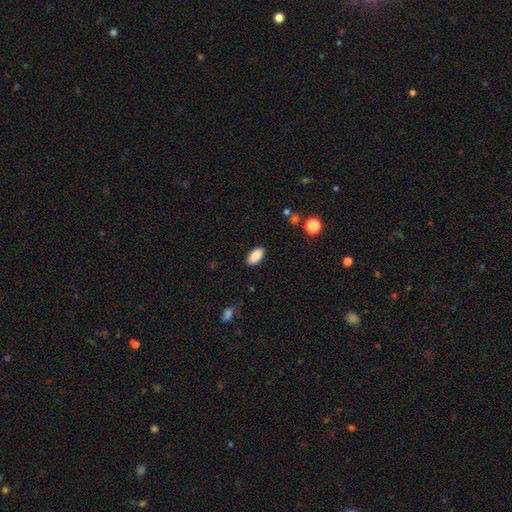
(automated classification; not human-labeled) Smooth or featured: smooth — 89% (star or artifact — 7%)
How rounded: in between — 93% (cigar-shaped — 5%)
Merging: none — 88% (minor disturbance — 9%)